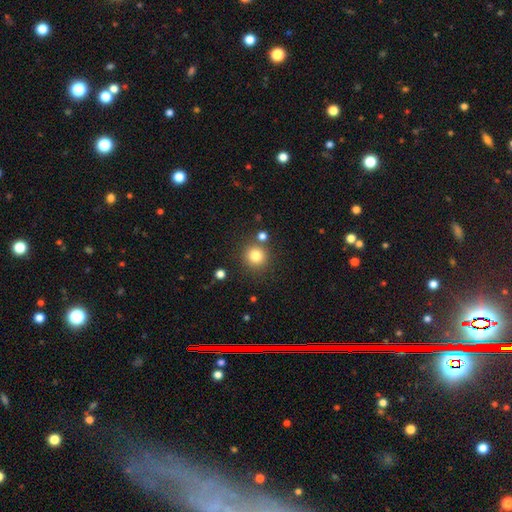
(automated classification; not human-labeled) Q: Smooth or featured?
A: smooth (81%); runner-up: star or artifact (12%)
Q: How rounded?
A: round (94%); runner-up: in between (5%)
Q: Merging?
A: none (83%); runner-up: merger (7%)